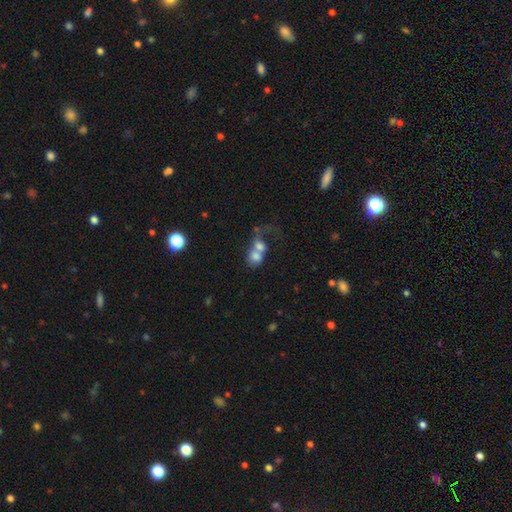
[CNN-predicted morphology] A smooth galaxy with no disk features (66%) that is round (53%). Merging: merger (74%).